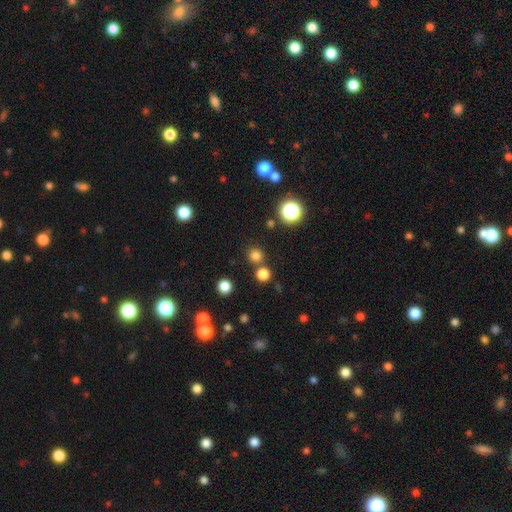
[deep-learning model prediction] This appears to be a smooth galaxy with no disk features (77%) that is round (93%). Merging: none (80%).